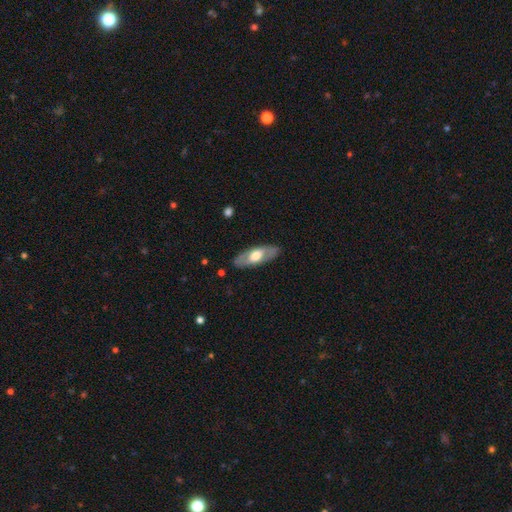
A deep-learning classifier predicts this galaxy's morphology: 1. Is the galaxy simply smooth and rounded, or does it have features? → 51% featured or disk, 44% smooth, 5% star or artifact.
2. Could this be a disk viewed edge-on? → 69% no, 31% yes.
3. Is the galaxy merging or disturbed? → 86% none, 10% minor disturbance, 3% major disturbance, 1% merger.